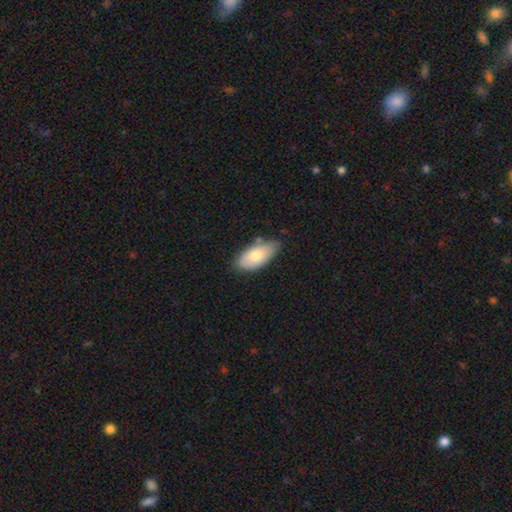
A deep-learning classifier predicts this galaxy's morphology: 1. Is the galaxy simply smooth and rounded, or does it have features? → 72% smooth, 22% featured or disk, 6% star or artifact.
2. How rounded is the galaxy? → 93% in between, 5% cigar-shaped, 3% round.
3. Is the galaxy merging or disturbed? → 66% none, 25% minor disturbance, 4% major disturbance, 4% merger.